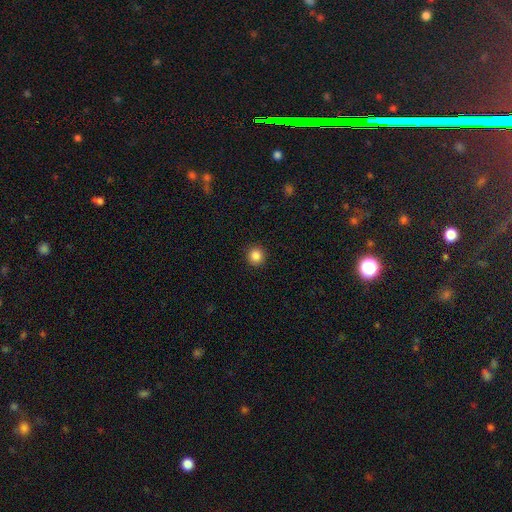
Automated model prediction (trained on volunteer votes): Smooth or featured: smooth — 86% (star or artifact — 11%)
How rounded: round — 94% (in between — 5%)
Merging: none — 93% (minor disturbance — 5%)